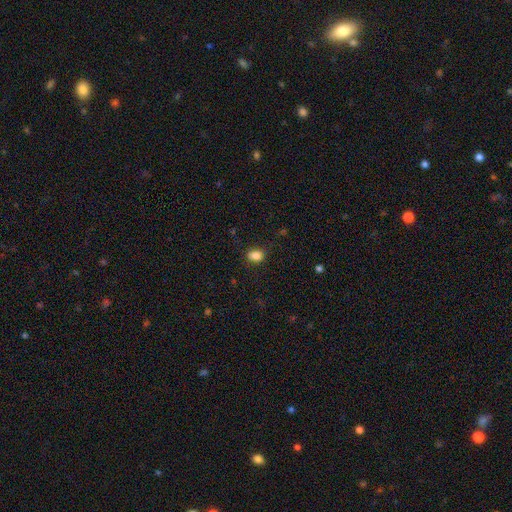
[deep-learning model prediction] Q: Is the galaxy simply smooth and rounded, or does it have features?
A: smooth — 85%.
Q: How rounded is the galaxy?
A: in between — 66%.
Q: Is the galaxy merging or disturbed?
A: none — 82%.